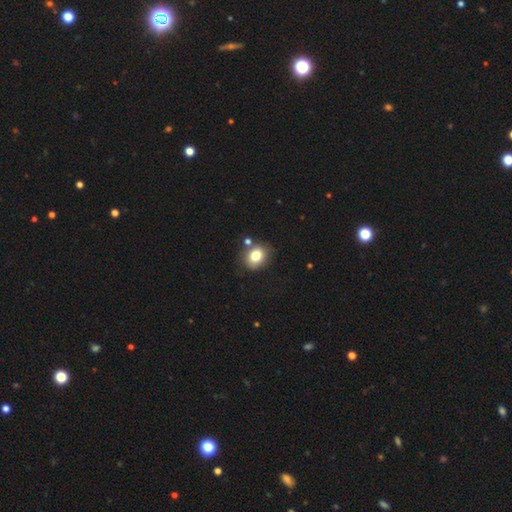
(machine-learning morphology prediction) A smooth galaxy with no disk features (80%) that is round (54%).

Vote fractions:
- Smooth or featured? smooth: 80% / featured or disk: 10% / star or artifact: 10%
- How rounded? round: 54% / in between: 46% / cigar-shaped: 1%
- Merging? none: 72% / minor disturbance: 14% / merger: 10% / major disturbance: 4%